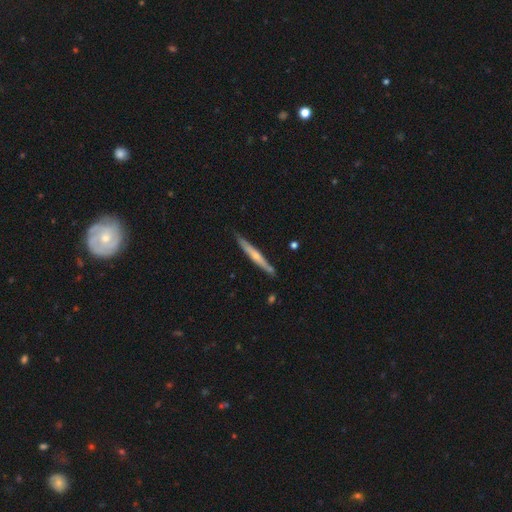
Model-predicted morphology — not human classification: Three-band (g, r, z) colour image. It shows a featured or disk galaxy (56%) viewed edge-on (96%) with a rounded central bulge (60%). Merging: none (84%).